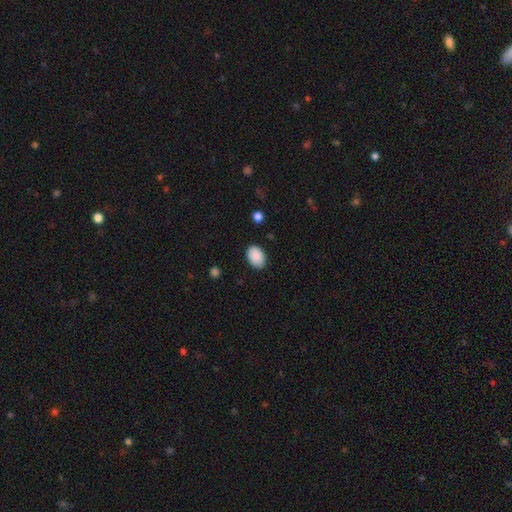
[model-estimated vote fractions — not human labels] smooth 90%, star or artifact 7%, featured or disk 3%. Down the decision tree: how rounded — in between (84%); merging — none (86%).